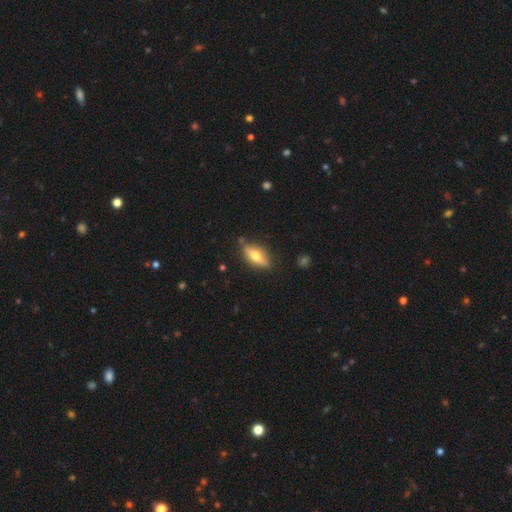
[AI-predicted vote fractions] smooth-or-featured: smooth: 51% | featured or disk: 42% | star or artifact: 7%
  how-rounded: in between: 68% | cigar-shaped: 29% | round: 3%
  merging: none: 79% | minor disturbance: 15% | major disturbance: 3% | merger: 3%